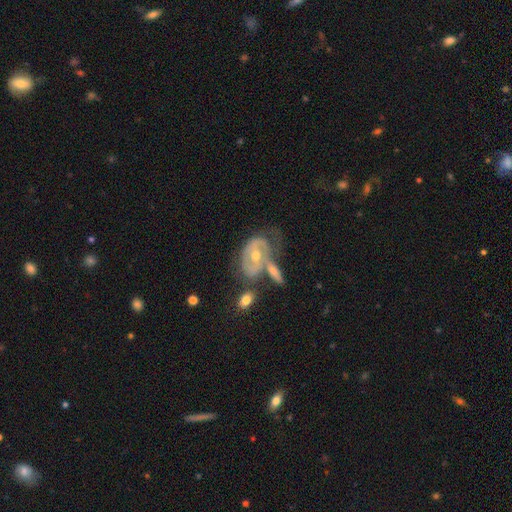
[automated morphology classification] This is likely a featured or disk galaxy (77%). It is clearly not viewed edge-on (94%). Bar: possibly no (56%). Spiral arm pattern: likely yes (76%). Spiral arm count: possibly 2 (54%). Spiral winding: possibly tight (51%). Central bulge: likely moderate (63%). Merging: marginally none (33%).